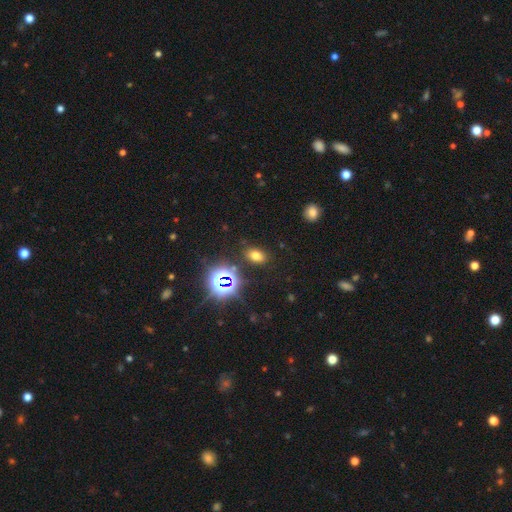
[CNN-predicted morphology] A smooth galaxy with no disk features (65%) that is in between round and cigar-shaped (81%). Merging: none (84%).